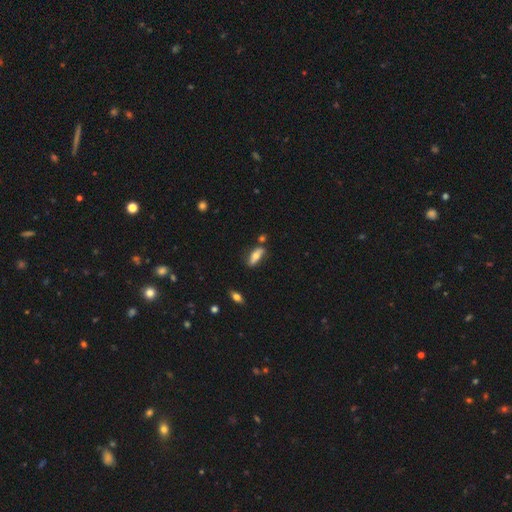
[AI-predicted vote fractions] Morphology: type=smooth (55%); roundness=in between (66%); merging=none (64%).